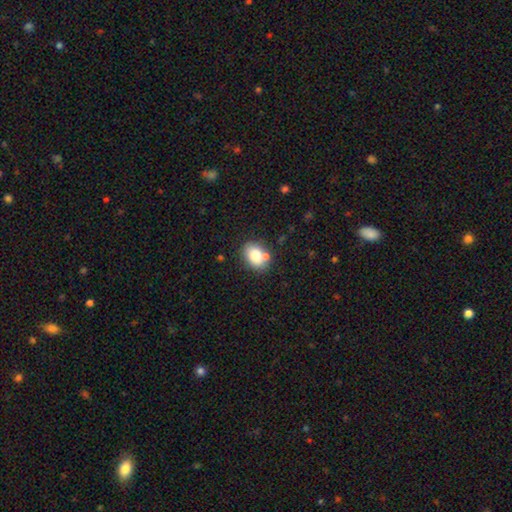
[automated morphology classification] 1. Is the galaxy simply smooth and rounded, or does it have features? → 81% smooth, 10% featured or disk, 9% star or artifact.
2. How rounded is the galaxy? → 73% in between, 26% round, 1% cigar-shaped.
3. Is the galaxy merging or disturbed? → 65% none, 16% merger, 15% minor disturbance, 4% major disturbance.